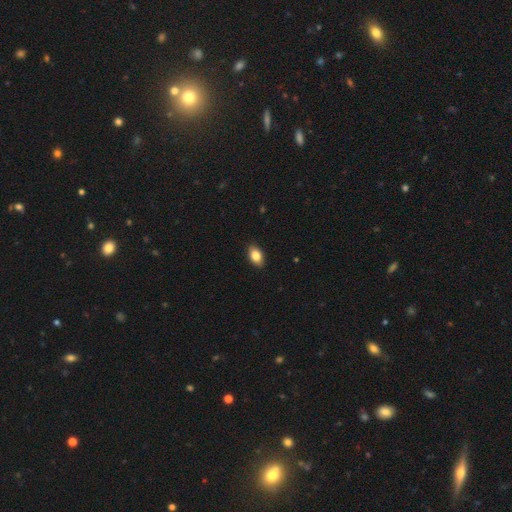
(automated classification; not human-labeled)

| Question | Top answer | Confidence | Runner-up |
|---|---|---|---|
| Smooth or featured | smooth | 85% | star or artifact (8%) |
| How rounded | in between | 89% | round (9%) |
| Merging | none | 89% | minor disturbance (9%) |